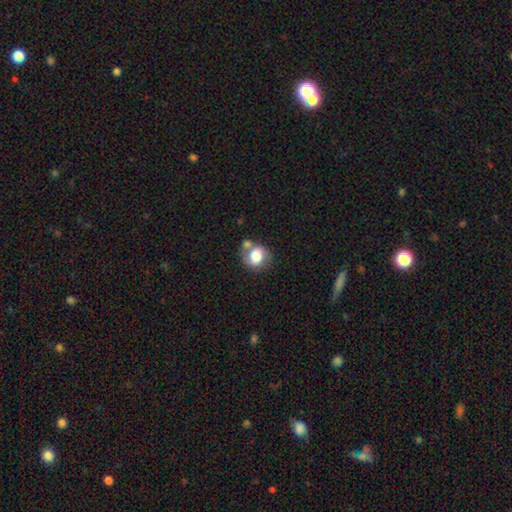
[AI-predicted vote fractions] Smooth or featured?
  - smooth: 73% *
  - featured or disk: 18%
  - star or artifact: 9%
How rounded?
  - round: 70% *
  - in between: 29%
  - cigar-shaped: 1%
Merging?
  - none: 50% *
  - merger: 26%
  - minor disturbance: 17%
  - major disturbance: 7%